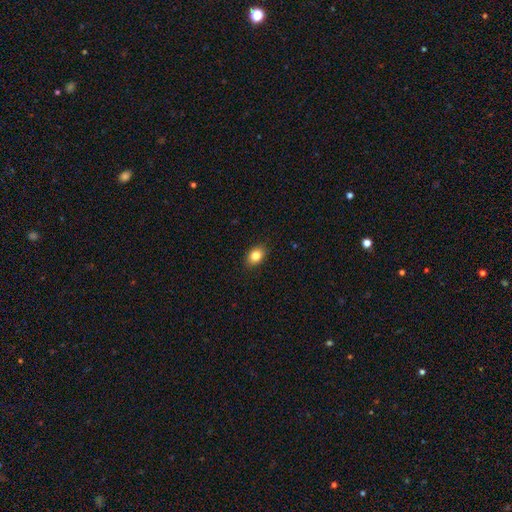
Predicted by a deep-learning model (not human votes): This is clearly a smooth galaxy (83%). How rounded: likely in between (73%). Merging: clearly none (89%).